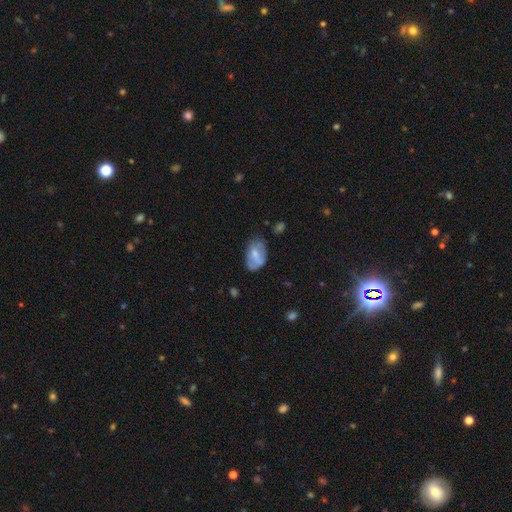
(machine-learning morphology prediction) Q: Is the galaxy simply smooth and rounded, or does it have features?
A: smooth — 63%.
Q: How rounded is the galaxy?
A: in between — 91%.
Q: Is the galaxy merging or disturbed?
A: none — 53%.